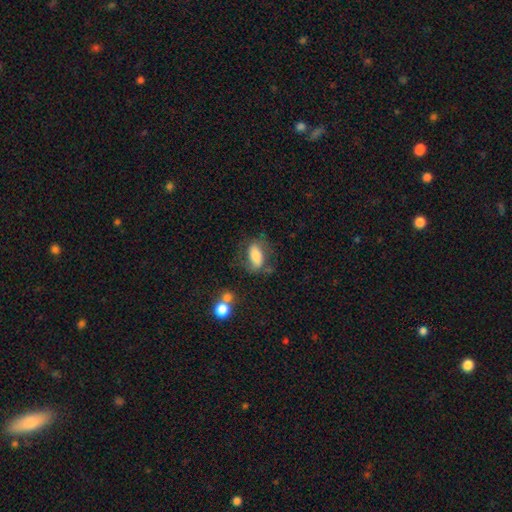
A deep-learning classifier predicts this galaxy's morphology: smooth_or_featured: smooth (p=0.64) [alt: featured or disk p=0.28]
how_rounded: in between (p=0.81) [alt: cigar-shaped p=0.12]
merging: none (p=0.57) [alt: minor disturbance p=0.23]